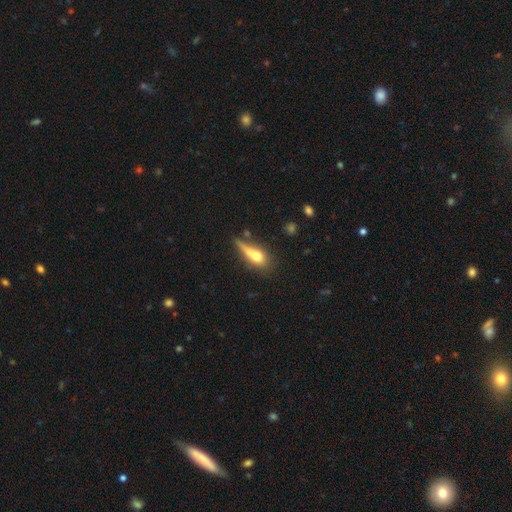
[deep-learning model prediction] smooth_or_featured: smooth (p=0.63) [alt: featured or disk p=0.28]
how_rounded: in between (p=0.53) [alt: cigar-shaped p=0.27]
merging: none (p=0.35) [alt: merger p=0.31]